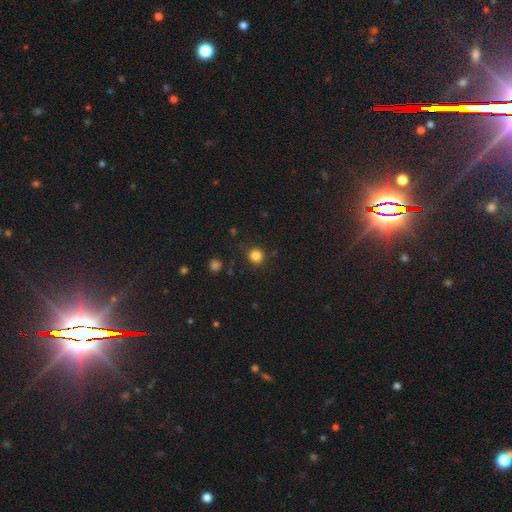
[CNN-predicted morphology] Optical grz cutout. It shows a smooth galaxy with no disk features (83%) that is round (92%). Merging: none (89%).